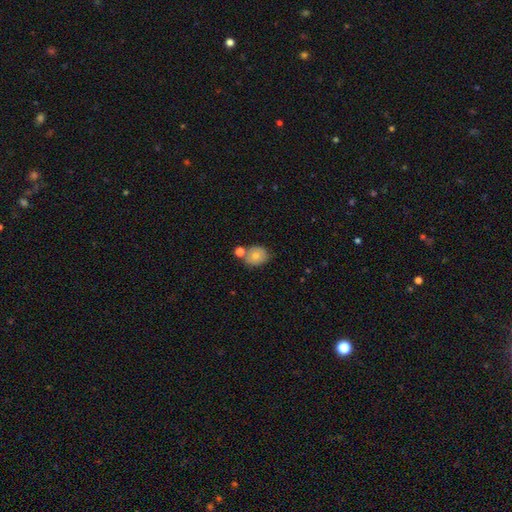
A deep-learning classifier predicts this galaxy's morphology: Q: Smooth or featured?
A: smooth (73%); runner-up: featured or disk (18%)
Q: How rounded?
A: round (55%); runner-up: in between (44%)
Q: Merging?
A: none (60%); runner-up: merger (23%)